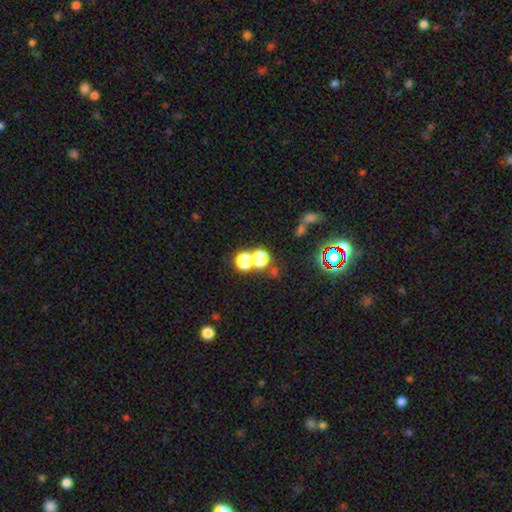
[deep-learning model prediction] The model was most divided on "smooth or featured": smooth: 58%, star or artifact: 33%, featured or disk: 8%. More confident: how rounded — round (86%); merging — none (61%).